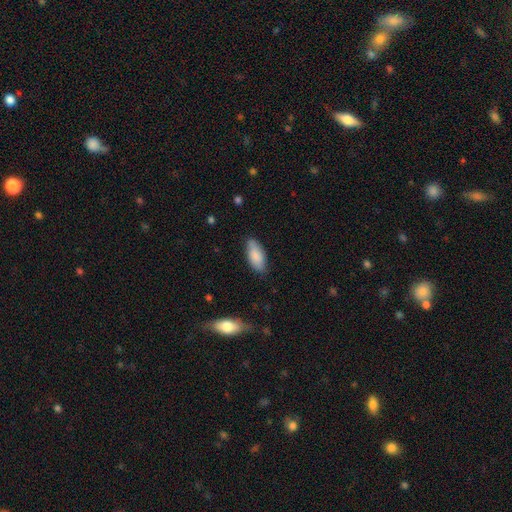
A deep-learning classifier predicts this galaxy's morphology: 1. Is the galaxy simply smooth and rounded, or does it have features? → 85% smooth, 9% featured or disk, 6% star or artifact.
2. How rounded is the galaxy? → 86% in between, 12% cigar-shaped, 2% round.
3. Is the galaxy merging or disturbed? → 77% none, 18% minor disturbance, 3% major disturbance, 2% merger.